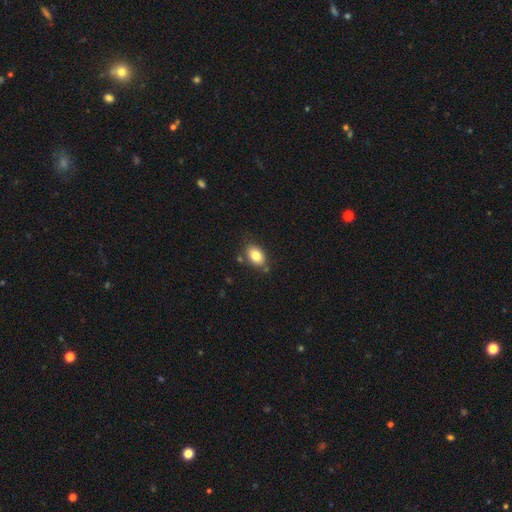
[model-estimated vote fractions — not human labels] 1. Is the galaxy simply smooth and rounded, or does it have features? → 81% smooth, 10% featured or disk, 8% star or artifact.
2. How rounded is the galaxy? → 84% in between, 15% round, 1% cigar-shaped.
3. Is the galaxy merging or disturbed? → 76% none, 15% minor disturbance, 6% merger, 3% major disturbance.